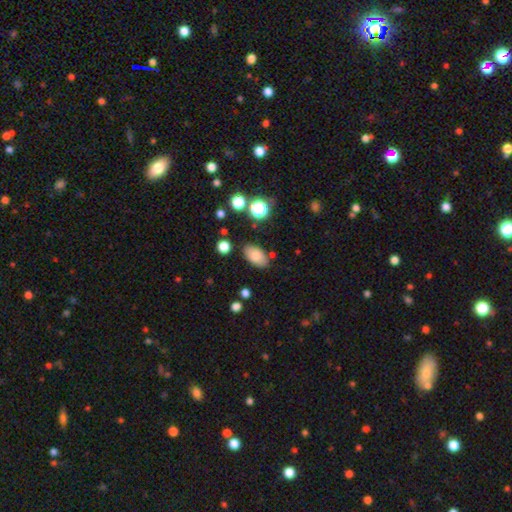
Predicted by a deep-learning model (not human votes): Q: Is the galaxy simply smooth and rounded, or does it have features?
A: smooth — 78%.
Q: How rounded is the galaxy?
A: in between — 91%.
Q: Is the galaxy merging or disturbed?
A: none — 80%.